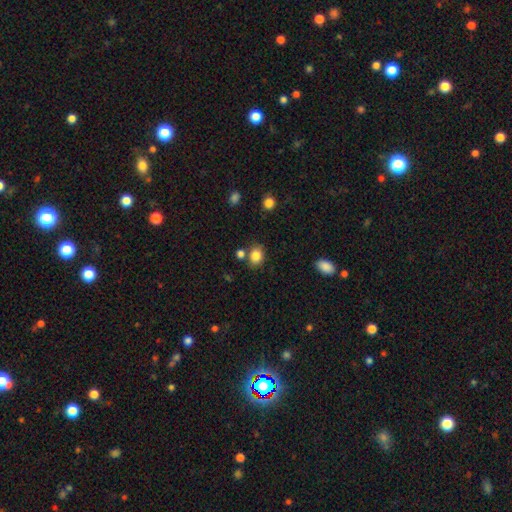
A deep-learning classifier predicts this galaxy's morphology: This is clearly a smooth galaxy (85%). How rounded: possibly round (51%). Merging: likely none (73%).